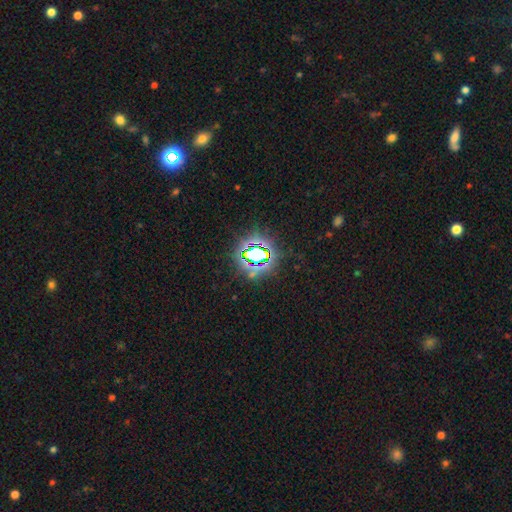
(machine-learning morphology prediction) Smooth or featured?
  - star or artifact: 74% *
  - smooth: 16%
  - featured or disk: 10%